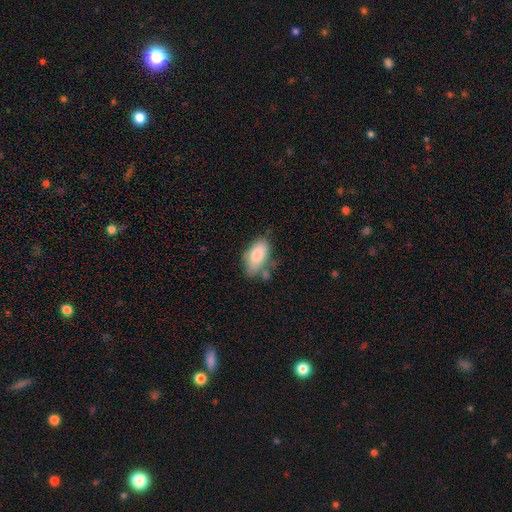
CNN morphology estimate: This is clearly a smooth galaxy (81%). How rounded: clearly in between (93%). Merging: possibly none (58%).